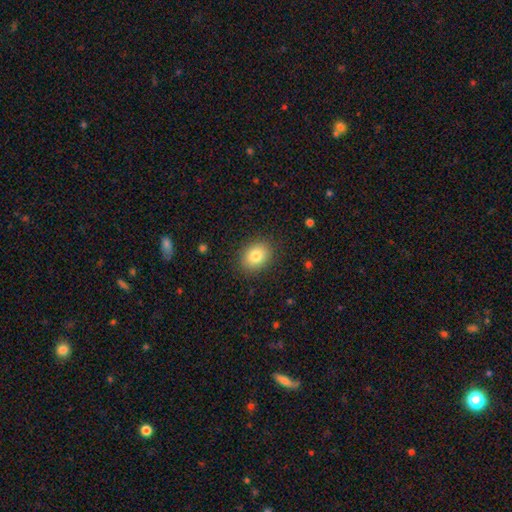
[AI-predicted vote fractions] Overall: smooth (82%). How rounded: in between (54%; round 46%). Merging: none (87%).